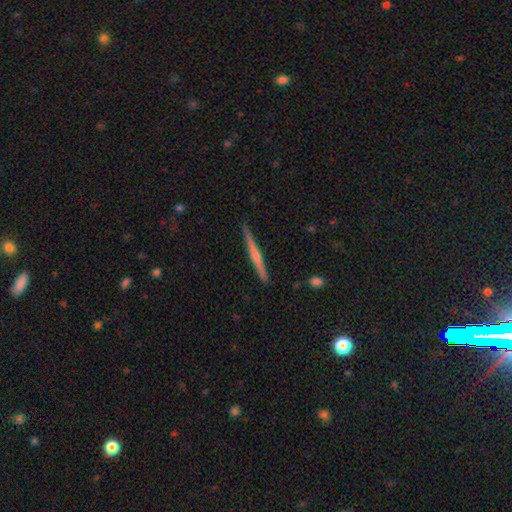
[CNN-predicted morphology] Q: Smooth or featured?
A: featured or disk (70%); runner-up: smooth (22%)
Q: Edge-on disk?
A: yes (98%); runner-up: no (2%)
Q: Edge-on bulge?
A: rounded (70%); runner-up: none (23%)
Q: Merging?
A: none (92%); runner-up: minor disturbance (6%)